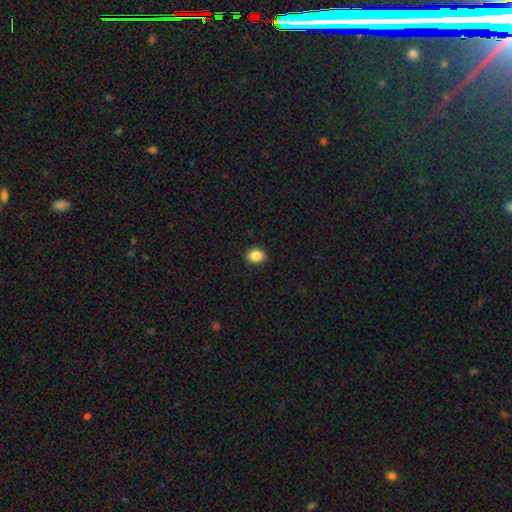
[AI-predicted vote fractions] The model was most divided on "how rounded": round: 62%, in between: 37%, cigar-shaped: 1%. More confident: merging — none (91%); smooth or featured — smooth (87%).